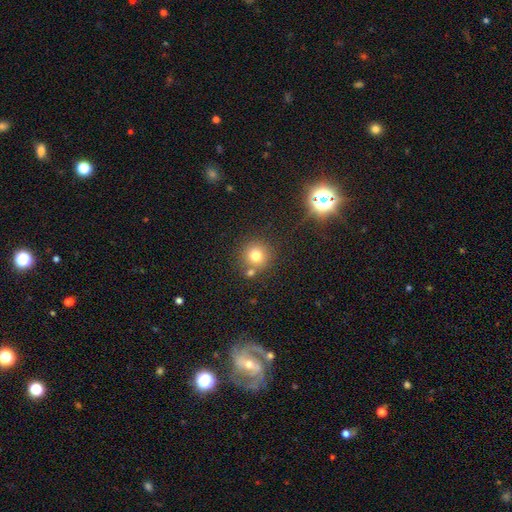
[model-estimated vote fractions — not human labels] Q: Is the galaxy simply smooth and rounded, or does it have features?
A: smooth — 75%.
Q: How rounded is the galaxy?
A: round — 93%.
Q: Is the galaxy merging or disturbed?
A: none — 72%.